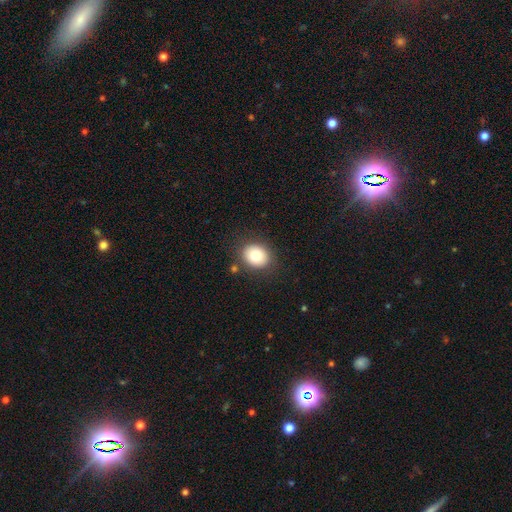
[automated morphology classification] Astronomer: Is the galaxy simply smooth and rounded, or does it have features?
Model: smooth — 79%.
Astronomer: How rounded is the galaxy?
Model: round — 62%.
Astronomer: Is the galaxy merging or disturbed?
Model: none — 86%.